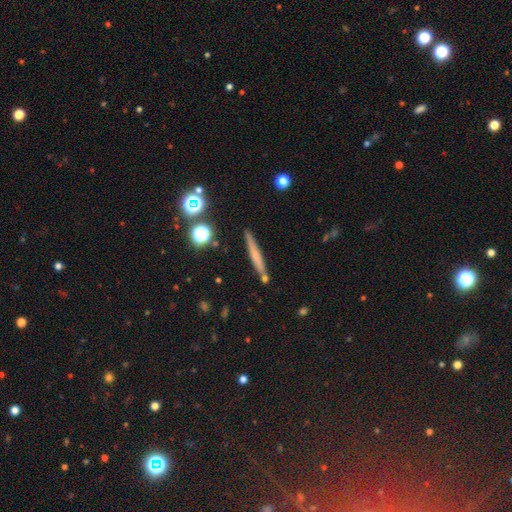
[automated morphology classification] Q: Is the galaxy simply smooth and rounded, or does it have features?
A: smooth — 51%.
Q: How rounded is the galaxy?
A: cigar-shaped — 93%.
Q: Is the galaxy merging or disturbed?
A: none — 83%.